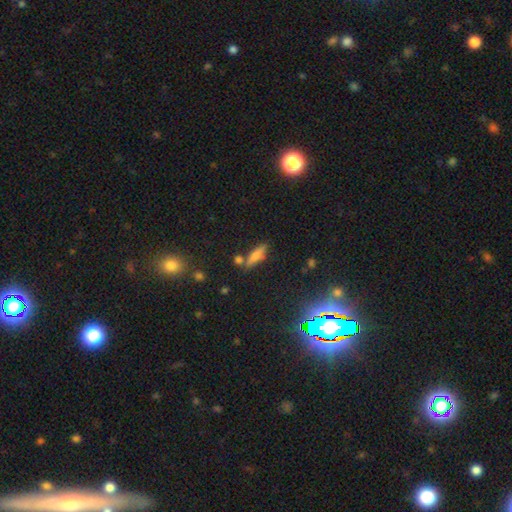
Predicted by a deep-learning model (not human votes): This appears to be a smooth galaxy with no disk features (64%) that is cigar-shaped (61%). Merging: none (70%).